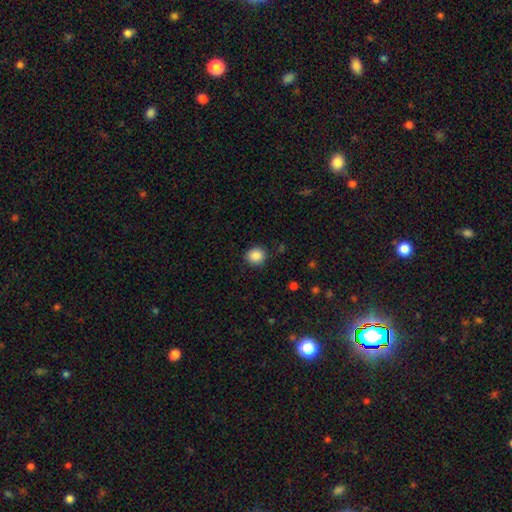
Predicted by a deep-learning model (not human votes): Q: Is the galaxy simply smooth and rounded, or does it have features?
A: smooth — 88%.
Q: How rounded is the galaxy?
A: round — 86%.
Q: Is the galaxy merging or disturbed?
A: none — 88%.